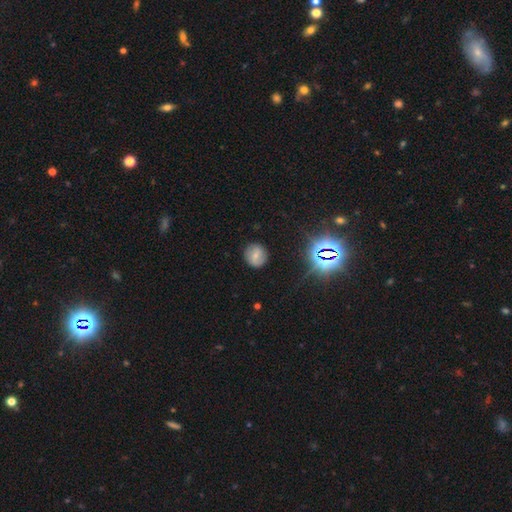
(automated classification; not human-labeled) Overall: smooth (57%; featured or disk 26%). How rounded: round (87%). Merging: none (85%).